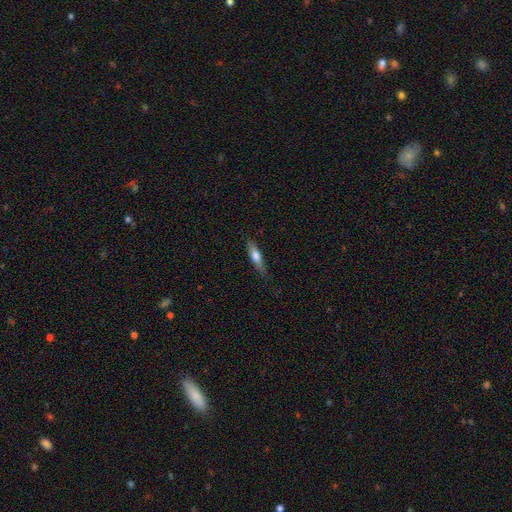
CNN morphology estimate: The model was most divided on "smooth or featured": smooth: 64%, featured or disk: 30%, star or artifact: 6%. More confident: merging — none (79%); how rounded — cigar-shaped (71%).